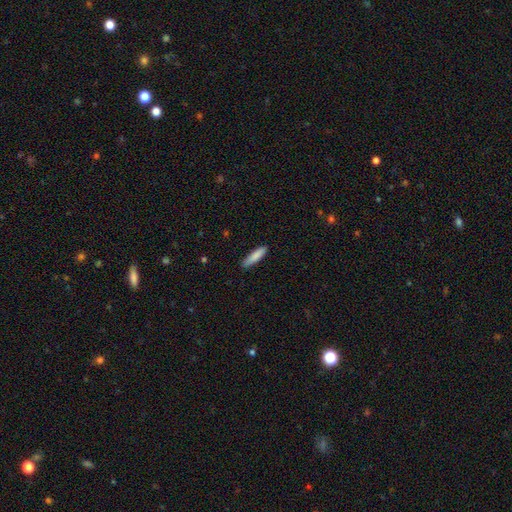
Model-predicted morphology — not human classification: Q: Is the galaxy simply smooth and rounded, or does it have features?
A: smooth — 85%.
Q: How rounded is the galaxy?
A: cigar-shaped — 80%.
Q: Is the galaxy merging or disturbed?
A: none — 86%.